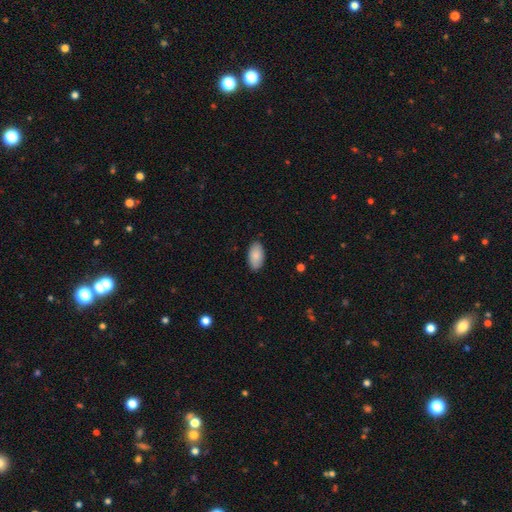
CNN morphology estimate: Smooth or featured?
  - smooth: 88% *
  - featured or disk: 6%
  - star or artifact: 6%
How rounded?
  - in between: 95% *
  - round: 3%
  - cigar-shaped: 2%
Merging?
  - none: 87% *
  - minor disturbance: 10%
  - major disturbance: 2%
  - merger: 1%